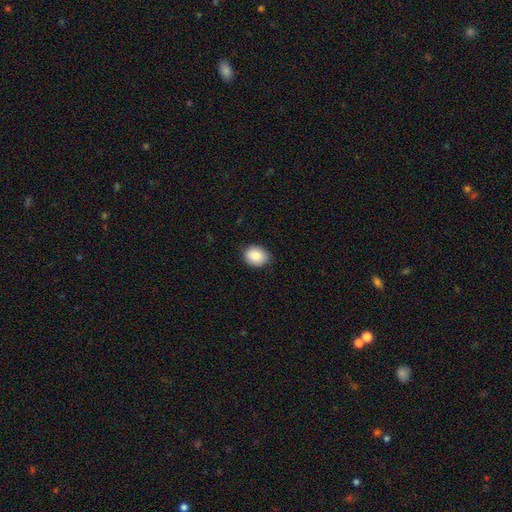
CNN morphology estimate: This is clearly a smooth galaxy (87%). How rounded: possibly round (52%). Merging: clearly none (82%).